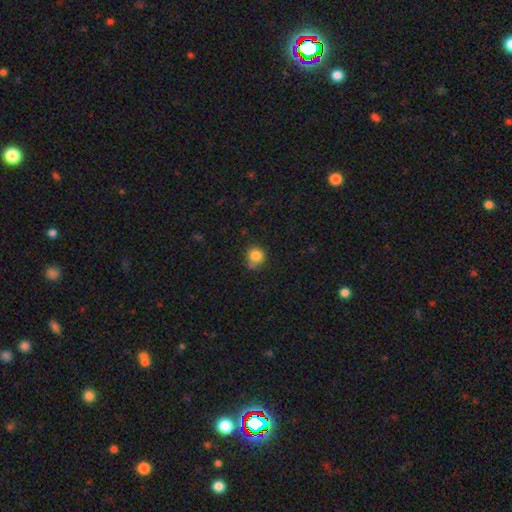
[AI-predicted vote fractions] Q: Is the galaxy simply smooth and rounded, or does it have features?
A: smooth — 83%.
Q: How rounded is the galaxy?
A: round — 83%.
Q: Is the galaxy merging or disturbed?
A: none — 60%.